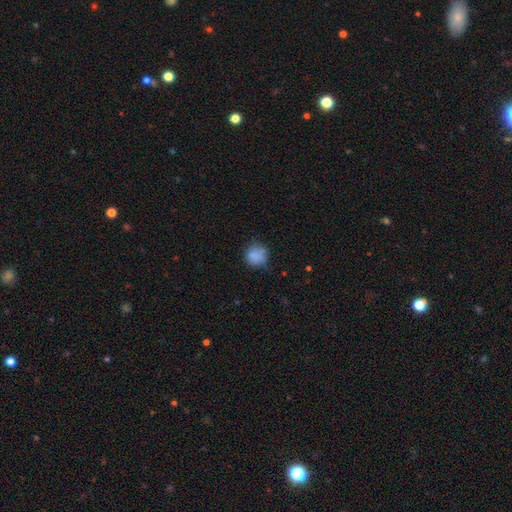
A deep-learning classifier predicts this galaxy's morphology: smooth_or_featured: smooth (p=0.83) [alt: star or artifact p=0.09]
how_rounded: round (p=0.84) [alt: in between p=0.15]
merging: none (p=0.67) [alt: minor disturbance p=0.24]